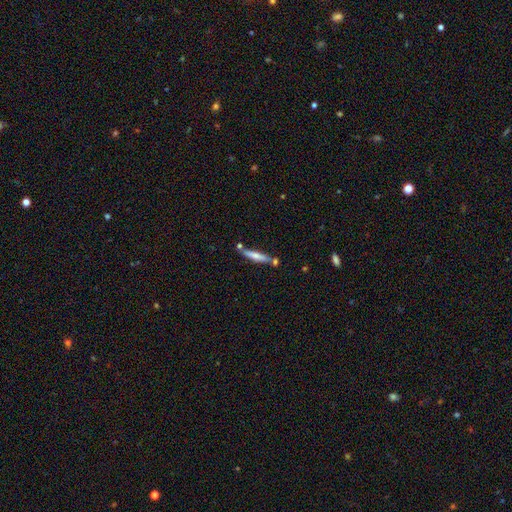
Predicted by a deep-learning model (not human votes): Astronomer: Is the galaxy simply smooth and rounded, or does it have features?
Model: smooth — 59% (runner-up: featured or disk, 35%).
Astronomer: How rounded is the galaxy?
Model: cigar-shaped — 90%.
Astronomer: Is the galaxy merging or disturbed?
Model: none — 71%.